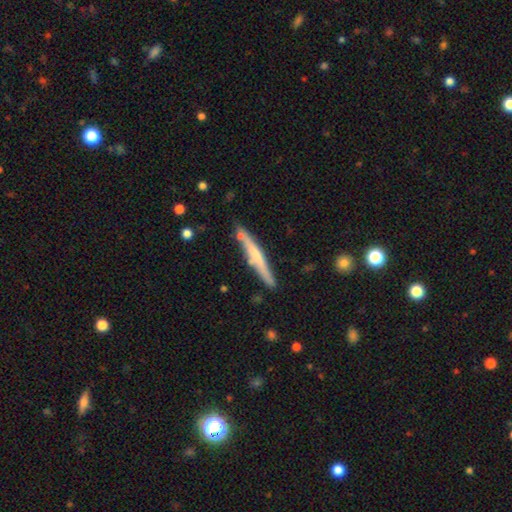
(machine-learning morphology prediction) A featured or disk galaxy (50%) viewed edge-on (96%). Merging: none (81%).